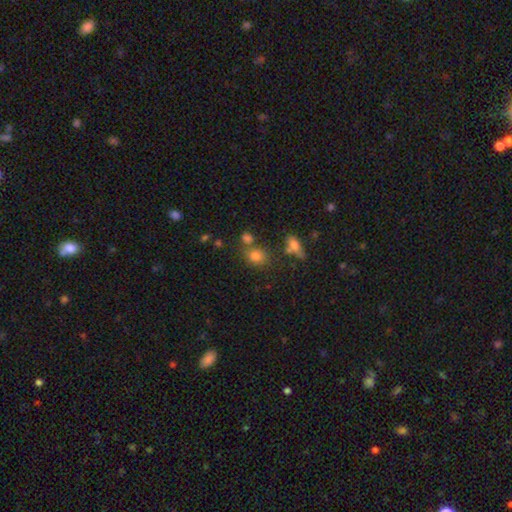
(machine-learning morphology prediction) smooth-or-featured: smooth: 77% | star or artifact: 14% | featured or disk: 9%
  how-rounded: round: 64% | in between: 34% | cigar-shaped: 2%
  merging: none: 62% | merger: 21% | minor disturbance: 13% | major disturbance: 5%